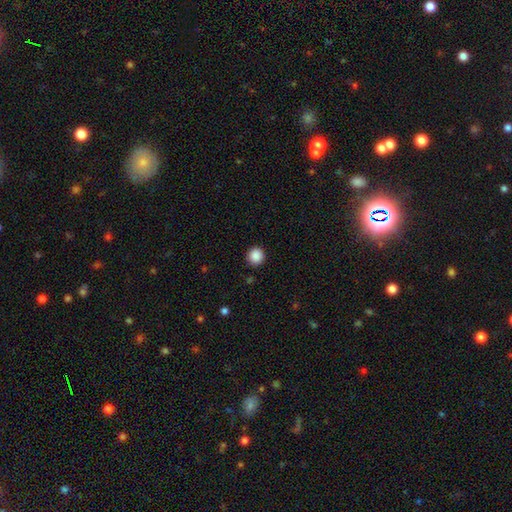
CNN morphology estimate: A smooth galaxy with no disk features (88%) that is round (94%). Merging: none (91%).